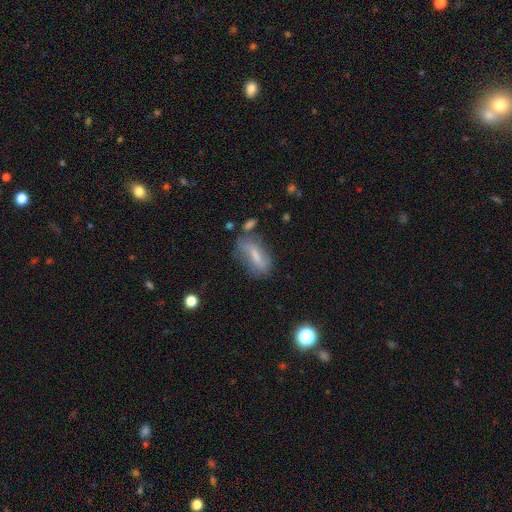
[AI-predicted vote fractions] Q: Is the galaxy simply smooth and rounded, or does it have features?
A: smooth — 54%.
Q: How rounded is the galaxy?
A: in between — 66%.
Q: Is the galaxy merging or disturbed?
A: none — 48%.